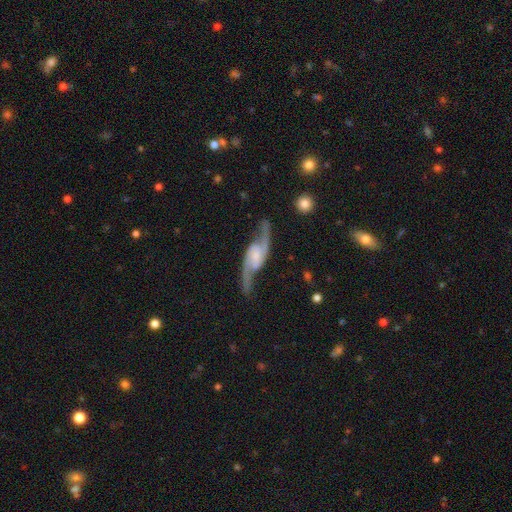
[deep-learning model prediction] A featured or disk galaxy (91%) with no bar (43%), 2 (94%) loose (62%) spiral arms (98%) and a small central bulge (45%).

Vote fractions:
- Smooth or featured? featured or disk: 91% / smooth: 5% / star or artifact: 4%
- Edge-on disk? no: 92% / yes: 8%
- Bar? no: 43% / weak: 40% / strong: 17%
- Spiral arms? yes: 98% / no: 2%
- Spiral winding? loose: 62% / medium: 31% / tight: 7%
- Spiral arm count? 2: 94% / can't tell: 2% / 1: 1% / 3: 1% / 4: 1% / more than 4: 1%
- Bulge size? small: 45% / moderate: 29% / none: 17% / large: 7% / dominant: 2%
- Merging? none: 75% / minor disturbance: 15% / major disturbance: 8% / merger: 2%